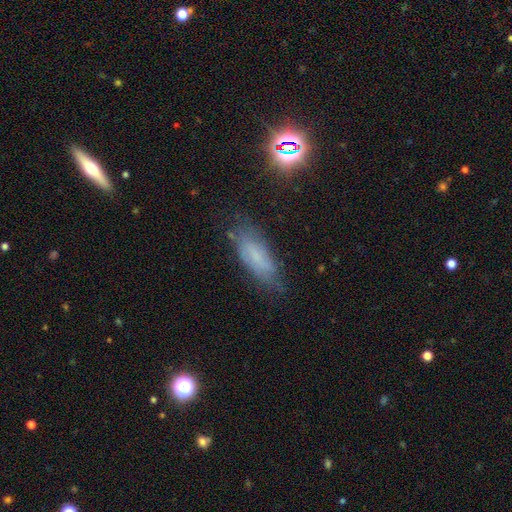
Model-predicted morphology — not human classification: This is possibly a smooth galaxy (55%). How rounded: likely in between (66%). Merging: likely none (70%).